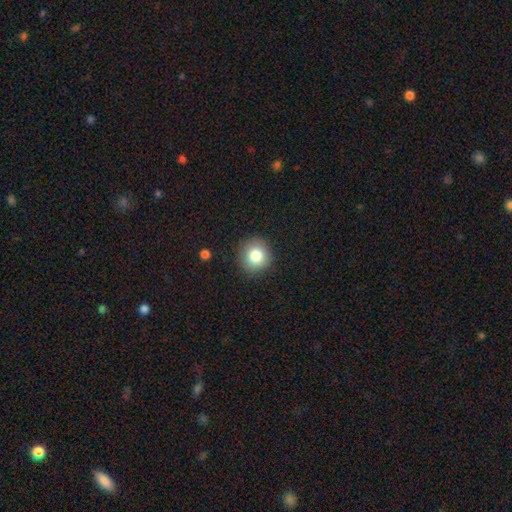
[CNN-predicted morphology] Smooth or featured? smooth (81%)
How rounded? round (90%)
Merging? none (89%)